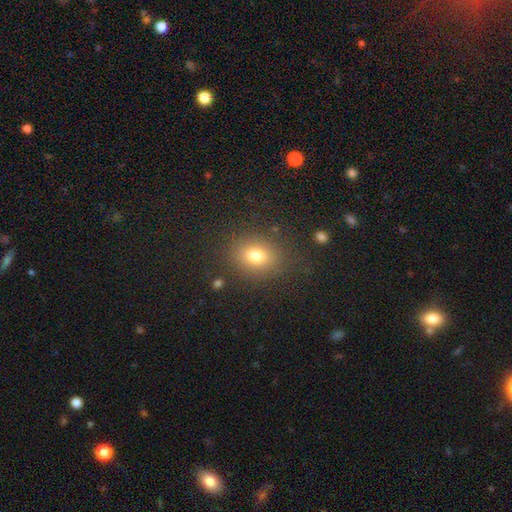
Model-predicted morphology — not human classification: This is likely a smooth galaxy (78%). How rounded: possibly round (51%). Merging: clearly none (83%).